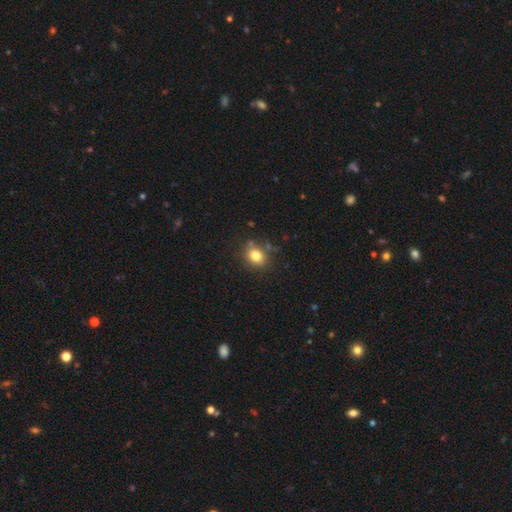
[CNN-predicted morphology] Smooth or featured?
  - smooth: 80% *
  - star or artifact: 12%
  - featured or disk: 8%
How rounded?
  - round: 61% *
  - in between: 38%
  - cigar-shaped: 1%
Merging?
  - none: 76% *
  - minor disturbance: 14%
  - merger: 7%
  - major disturbance: 4%